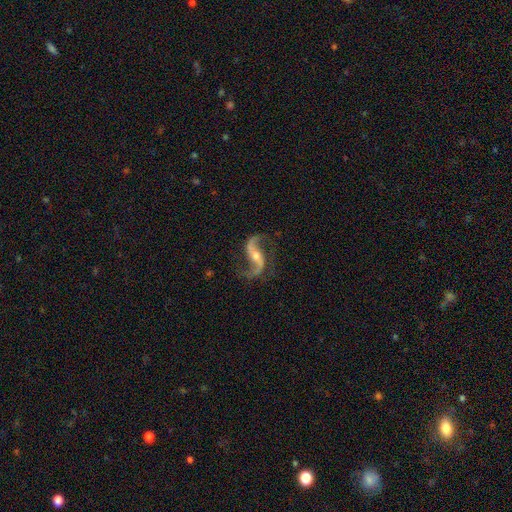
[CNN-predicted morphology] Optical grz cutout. It shows a featured or disk galaxy (92%) with a strong bar (35%), 2 (94%) loose (78%) spiral arms (97%) and a small central bulge (52%). Merging: none (78%).